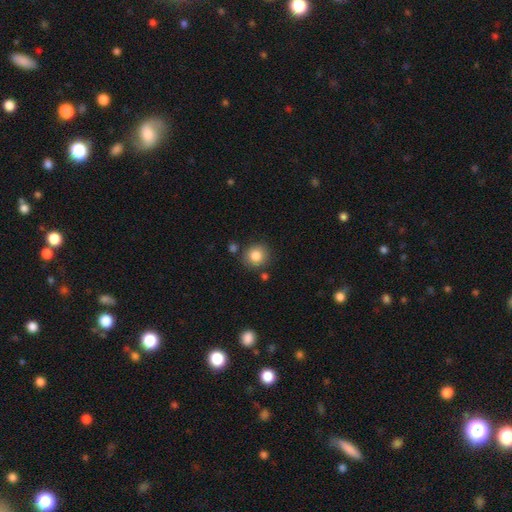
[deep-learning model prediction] This is clearly a smooth galaxy (84%). How rounded: clearly round (87%). Merging: clearly none (82%).